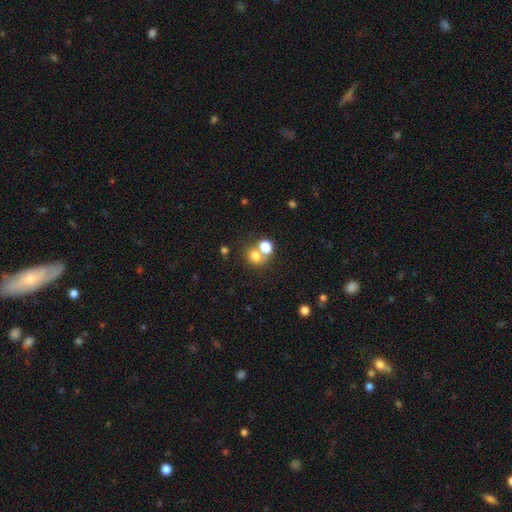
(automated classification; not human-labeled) Smooth or featured?
  - smooth: 74% *
  - star or artifact: 15%
  - featured or disk: 11%
How rounded?
  - round: 72% *
  - in between: 27%
  - cigar-shaped: 1%
Merging?
  - none: 47% *
  - merger: 40%
  - minor disturbance: 8%
  - major disturbance: 4%